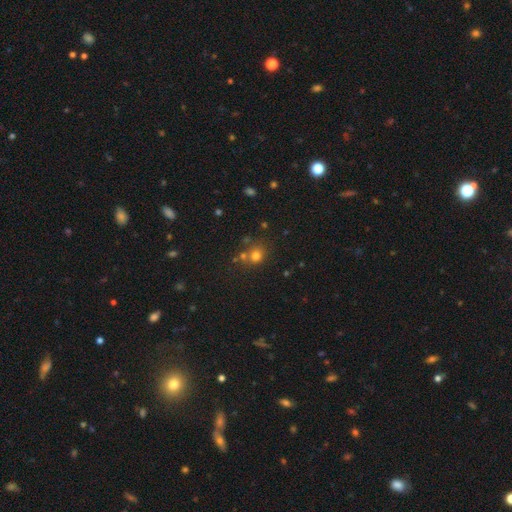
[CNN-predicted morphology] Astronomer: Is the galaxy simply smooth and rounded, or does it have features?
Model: smooth — 72%.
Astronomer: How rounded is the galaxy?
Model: round — 81%.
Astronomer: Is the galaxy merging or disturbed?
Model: none — 62%.